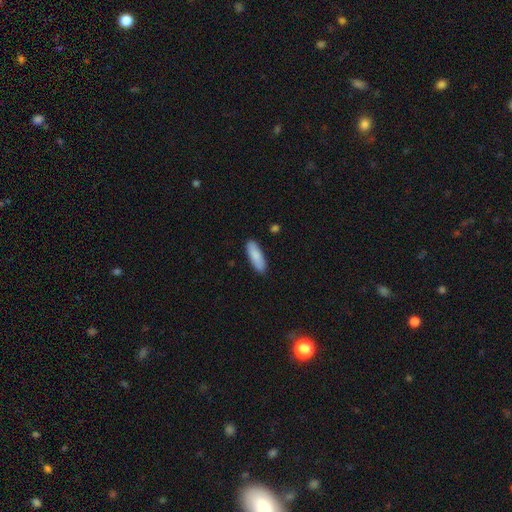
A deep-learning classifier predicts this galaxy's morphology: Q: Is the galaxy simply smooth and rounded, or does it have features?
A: smooth — 86%.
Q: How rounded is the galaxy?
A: in between — 56%.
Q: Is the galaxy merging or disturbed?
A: none — 87%.